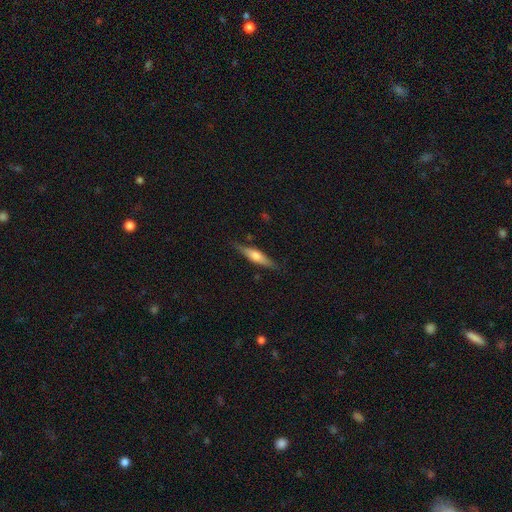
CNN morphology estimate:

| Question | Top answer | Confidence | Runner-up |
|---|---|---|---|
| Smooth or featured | featured or disk | 50% | smooth (44%) |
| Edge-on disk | yes | 94% | no (6%) |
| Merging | none | 83% | minor disturbance (13%) |